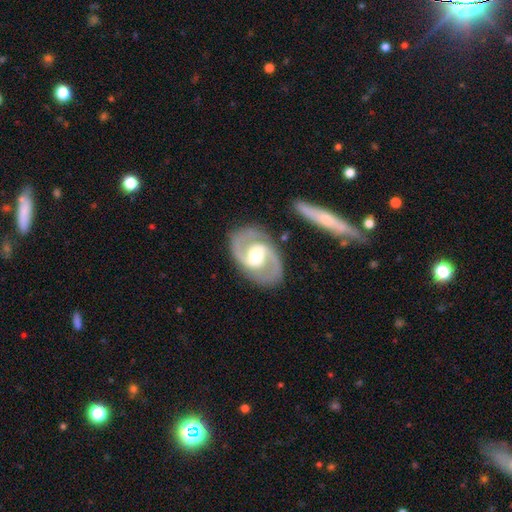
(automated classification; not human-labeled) A featured or disk galaxy (89%) with a weak bar (47%), 2 (93%) medium (62%) spiral arms (96%) and a moderate central bulge (64%). Merging: none (85%).